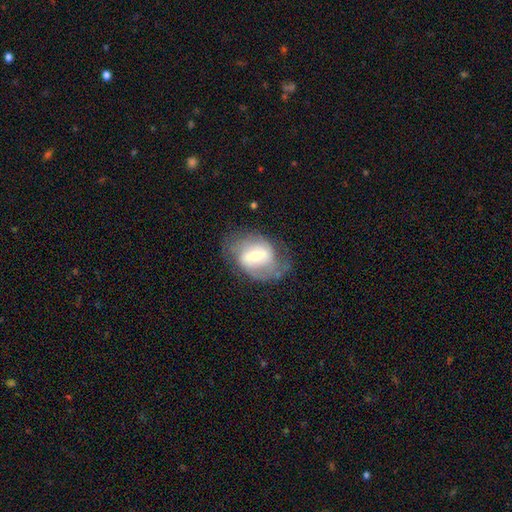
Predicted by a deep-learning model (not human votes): The model was most divided on "bulge size": moderate: 45%, small: 38%, large: 12%, none: 3%, dominant: 2%. Remaining: edge-on disk — no (96%); spiral arms — yes (74%); smooth or featured — featured or disk (64%); merging — none (55%); bar — weak (44%).